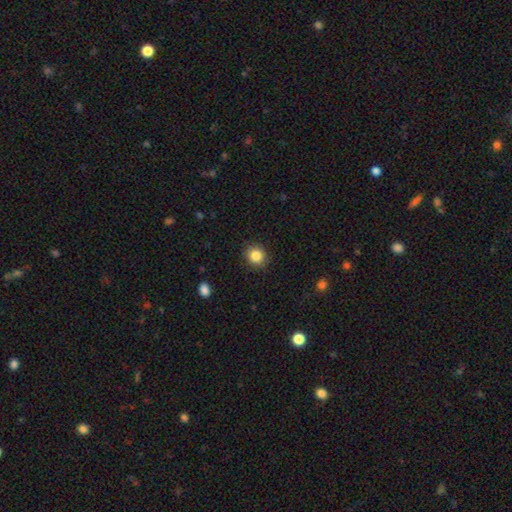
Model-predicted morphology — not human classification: Overall: smooth (85%). How rounded: round (86%). Merging: none (90%).